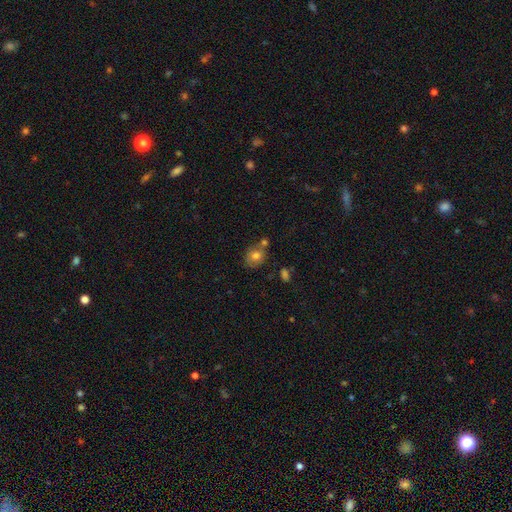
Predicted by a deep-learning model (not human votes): The model was most divided on "how rounded": round: 62%, in between: 37%, cigar-shaped: 1%. More confident: smooth or featured — smooth (75%); merging — none (59%).